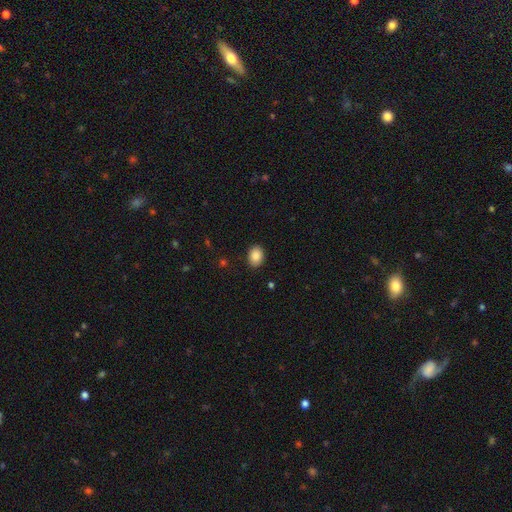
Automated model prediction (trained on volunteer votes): Smooth or featured?
  - smooth: 88% *
  - star or artifact: 8%
  - featured or disk: 4%
How rounded?
  - in between: 72% *
  - round: 27%
  - cigar-shaped: 1%
Merging?
  - none: 88% *
  - minor disturbance: 9%
  - major disturbance: 2%
  - merger: 1%